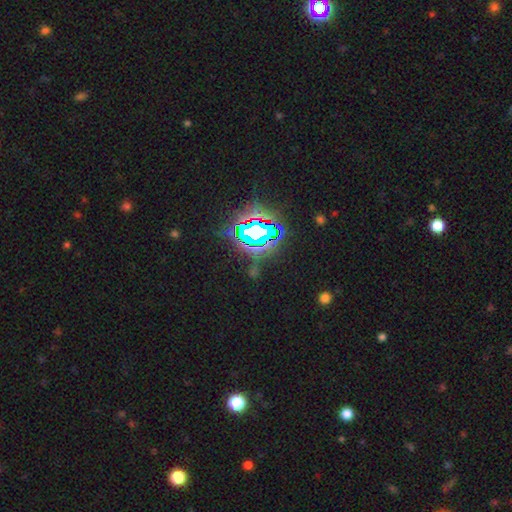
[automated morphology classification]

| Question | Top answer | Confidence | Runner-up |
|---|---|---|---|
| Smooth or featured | star or artifact | 85% | smooth (9%) |